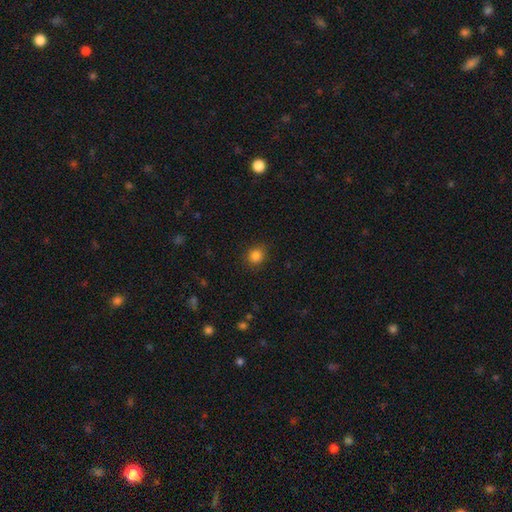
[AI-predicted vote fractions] smooth_or_featured: smooth (p=0.83) [alt: star or artifact p=0.12]
how_rounded: round (p=0.81) [alt: in between p=0.18]
merging: none (p=0.86) [alt: minor disturbance p=0.10]